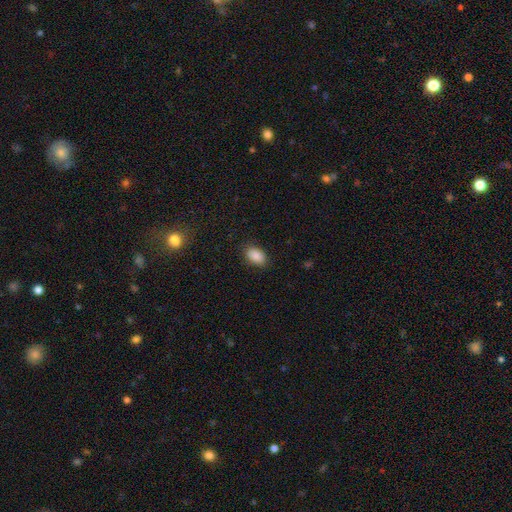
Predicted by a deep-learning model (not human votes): smooth-or-featured: smooth: 87% | star or artifact: 8% | featured or disk: 5%
  how-rounded: in between: 89% | round: 10% | cigar-shaped: 1%
  merging: none: 86% | minor disturbance: 10% | major disturbance: 3% | merger: 1%